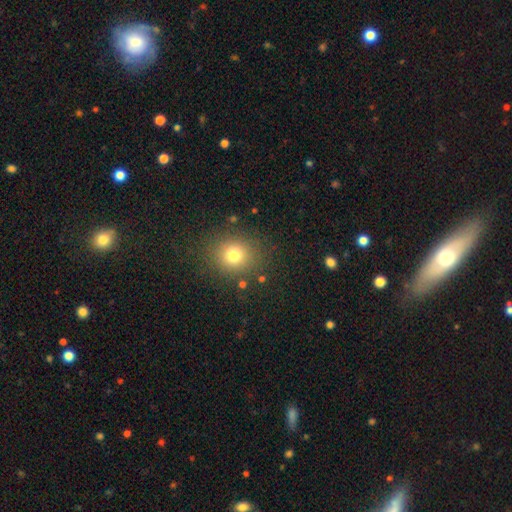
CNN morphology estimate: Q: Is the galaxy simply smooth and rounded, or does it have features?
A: smooth — 71%.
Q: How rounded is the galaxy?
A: round — 81%.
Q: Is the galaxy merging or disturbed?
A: none — 88%.